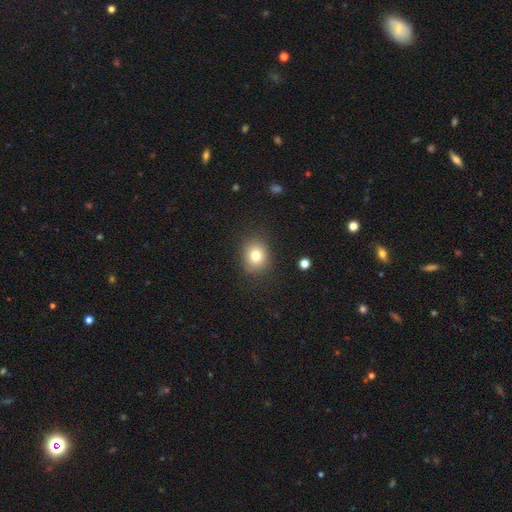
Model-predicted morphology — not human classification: A smooth galaxy with no disk features (79%) that is round (68%). Merging: none (87%).